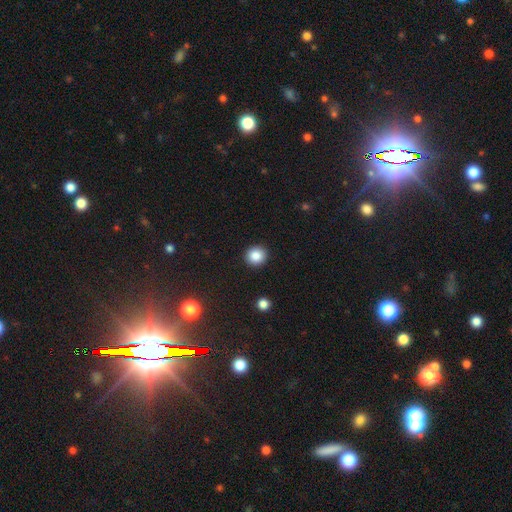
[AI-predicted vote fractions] Smooth or featured? smooth (86%)
How rounded? round (90%)
Merging? none (92%)